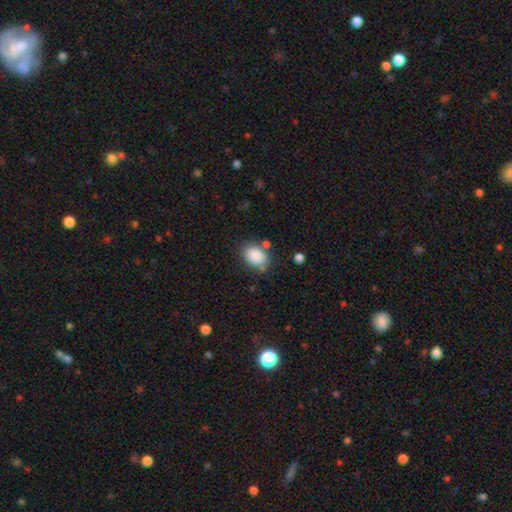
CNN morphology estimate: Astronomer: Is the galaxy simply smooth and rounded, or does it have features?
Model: smooth — 87%.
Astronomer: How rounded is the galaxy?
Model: in between — 74%.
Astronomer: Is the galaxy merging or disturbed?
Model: none — 72%.